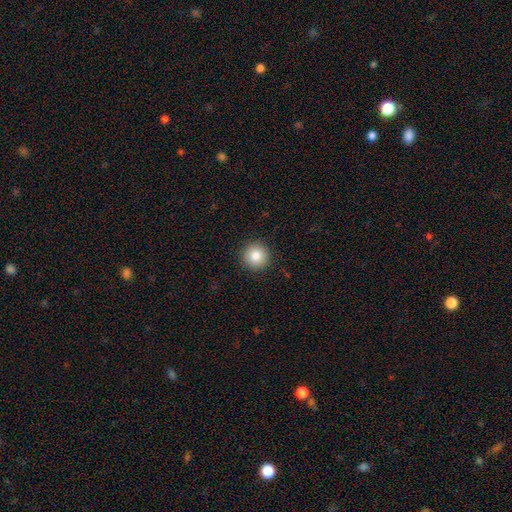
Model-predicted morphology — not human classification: This is clearly a smooth galaxy (84%). How rounded: clearly round (96%). Merging: clearly none (92%).